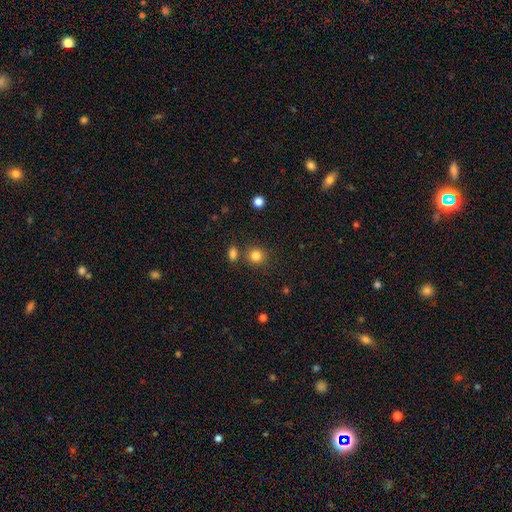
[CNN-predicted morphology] A smooth galaxy with no disk features (84%) that is round (86%). Merging: none (78%).